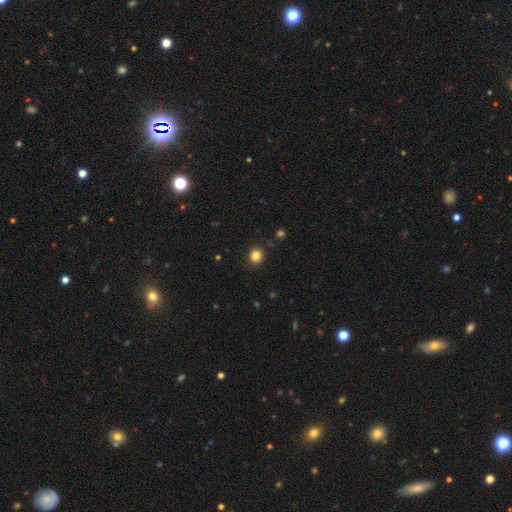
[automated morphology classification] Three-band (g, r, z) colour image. It shows a smooth galaxy with no disk features (84%) that is round (75%). Merging: none (88%).